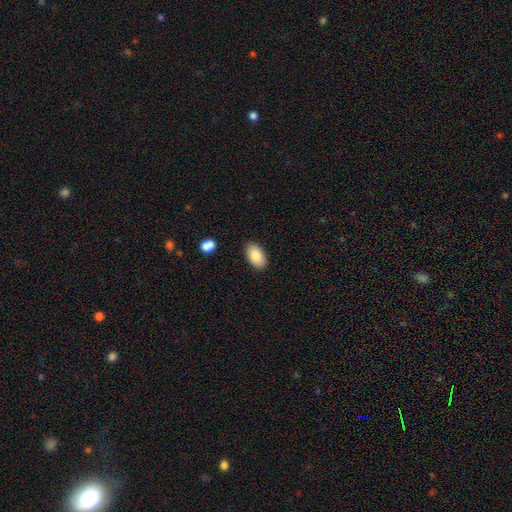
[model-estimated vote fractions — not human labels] Smooth or featured: smooth — 85% (featured or disk — 9%)
How rounded: in between — 94% (round — 4%)
Merging: none — 88% (minor disturbance — 9%)